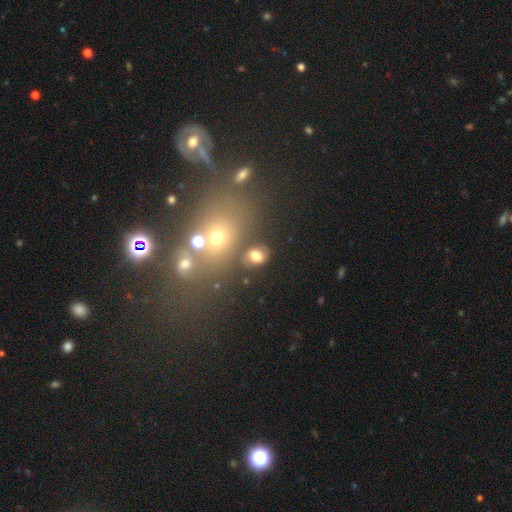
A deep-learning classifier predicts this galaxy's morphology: smooth_or_featured: smooth (p=0.72) [alt: star or artifact p=0.16]
how_rounded: in between (p=0.57) [alt: round p=0.42]
merging: none (p=0.73) [alt: minor disturbance p=0.12]